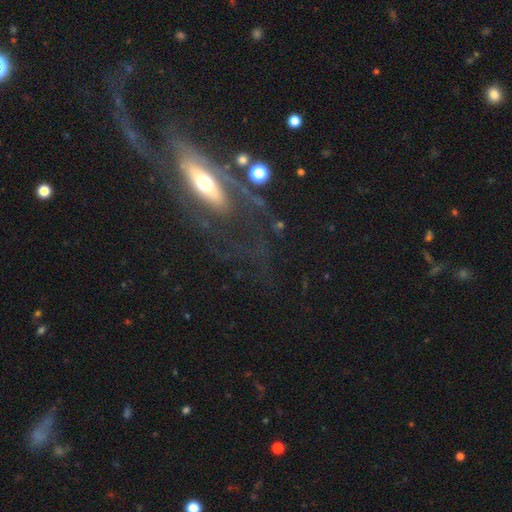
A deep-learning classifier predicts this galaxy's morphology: A featured or disk galaxy (75%) with no bar (52%), spiral arms (63%) and a moderate central bulge (58%).

Vote fractions:
- Smooth or featured? featured or disk: 75% / smooth: 17% / star or artifact: 9%
- Edge-on disk? no: 73% / yes: 27%
- Bar? no: 52% / strong: 24% / weak: 23%
- Spiral arms? yes: 63% / no: 37%
- Bulge size? moderate: 58% / small: 22% / large: 15% / dominant: 3% / none: 2%
- Merging? none: 46% / major disturbance: 33% / minor disturbance: 15% / merger: 6%